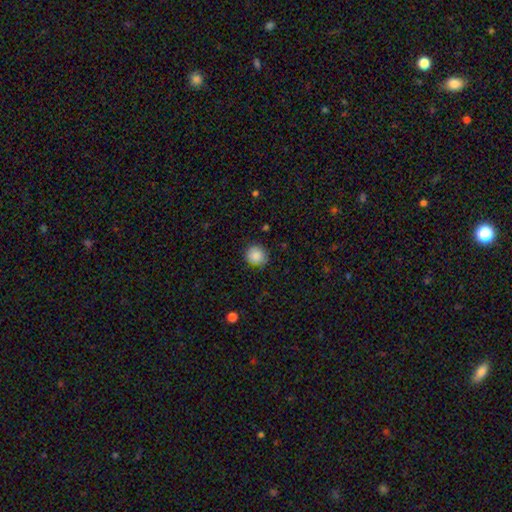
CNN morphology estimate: The model was most divided on "merging": none: 84%, minor disturbance: 12%, major disturbance: 3%, merger: 1%. More confident: how rounded — round (90%); smooth or featured — smooth (87%).